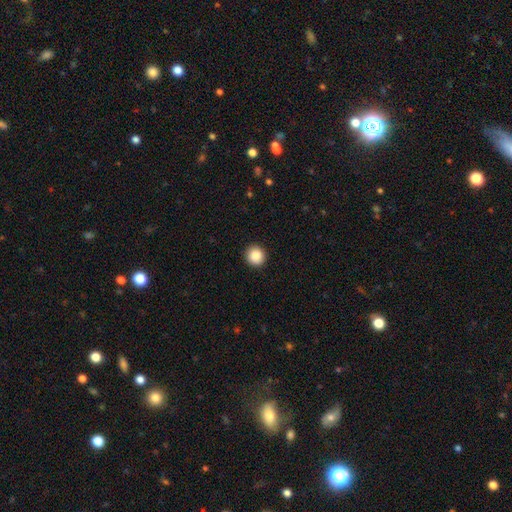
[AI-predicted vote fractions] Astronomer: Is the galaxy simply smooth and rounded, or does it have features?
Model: smooth — 88%.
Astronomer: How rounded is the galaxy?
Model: round — 94%.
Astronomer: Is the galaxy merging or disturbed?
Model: none — 93%.